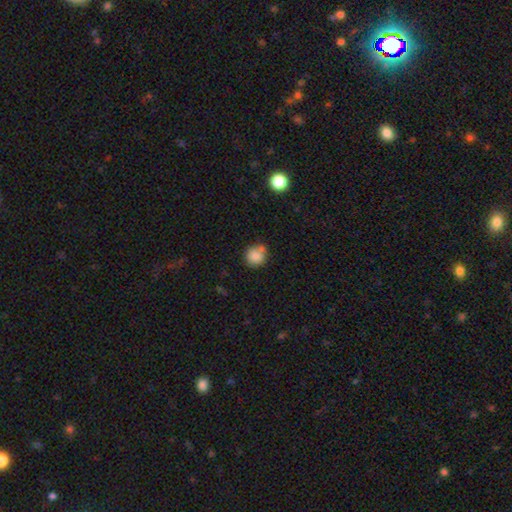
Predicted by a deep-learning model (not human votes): smooth_or_featured: smooth (p=0.84) [alt: star or artifact p=0.10]
how_rounded: round (p=0.87) [alt: in between p=0.12]
merging: none (p=0.63) [alt: minor disturbance p=0.18]